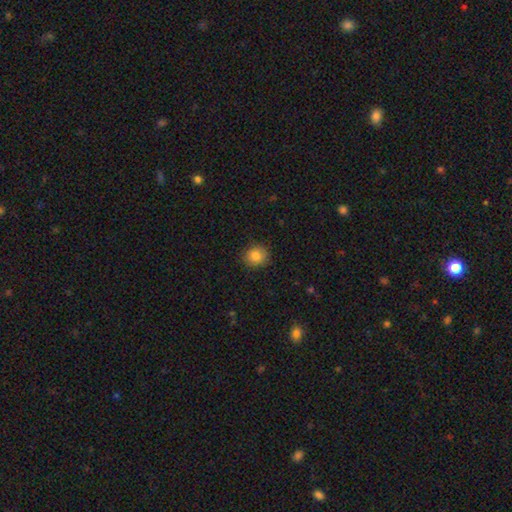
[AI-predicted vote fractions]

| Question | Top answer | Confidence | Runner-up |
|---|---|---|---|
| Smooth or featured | smooth | 83% | star or artifact (10%) |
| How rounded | round | 81% | in between (18%) |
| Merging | none | 88% | minor disturbance (9%) |